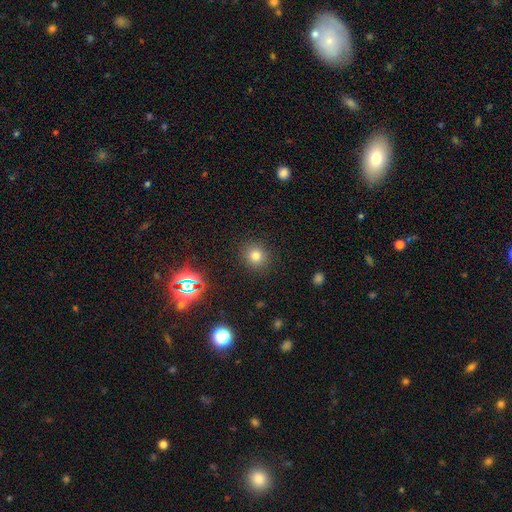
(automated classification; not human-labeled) smooth_or_featured: smooth (p=0.76) [alt: star or artifact p=0.17]
how_rounded: round (p=0.87) [alt: in between p=0.13]
merging: none (p=0.89) [alt: minor disturbance p=0.07]